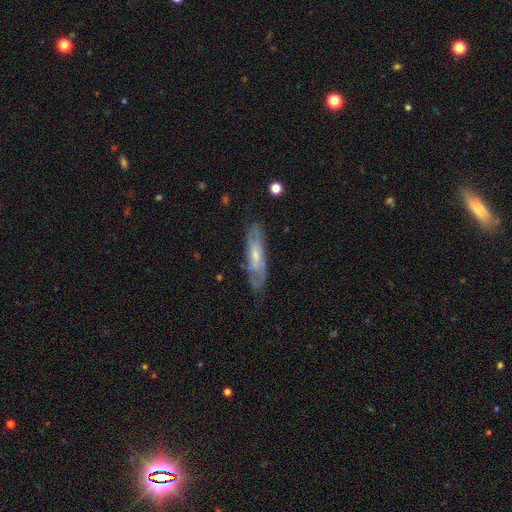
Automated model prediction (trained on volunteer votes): smooth-or-featured: featured or disk: 63% | smooth: 30% | star or artifact: 6%
  disk-edge-on: no: 68% | yes: 32%
  merging: none: 71% | minor disturbance: 21% | major disturbance: 7% | merger: 2%